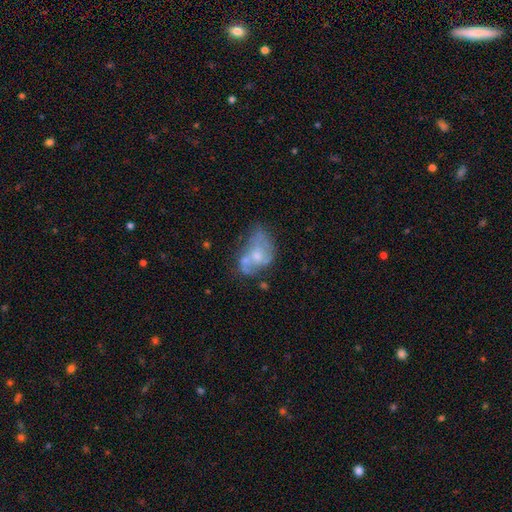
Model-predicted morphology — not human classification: The model was most divided on "bulge size": moderate: 41%, small: 39%, none: 15%, large: 4%, dominant: 1%. Remaining: edge-on disk — no (97%); bar — no (78%); spiral arms — no (62%); smooth or featured — featured or disk (58%); merging — none (28%).